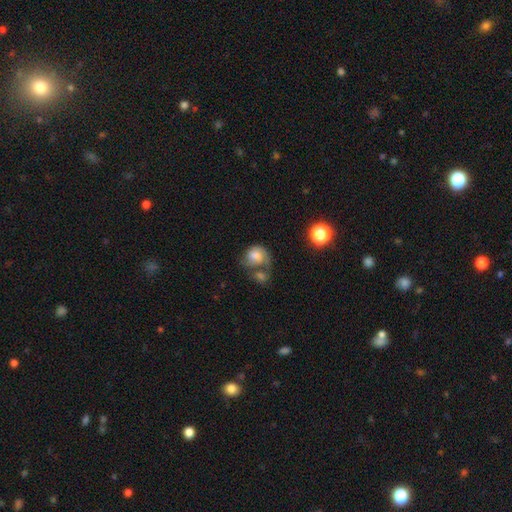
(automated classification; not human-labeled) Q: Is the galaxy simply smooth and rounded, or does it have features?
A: smooth — 64%.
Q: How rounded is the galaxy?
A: round — 60%.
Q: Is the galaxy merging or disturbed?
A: merger — 42%.